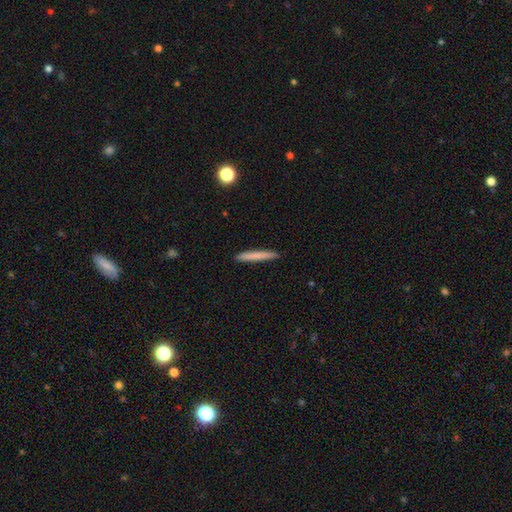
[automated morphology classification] The model was most divided on "smooth or featured": smooth: 75%, featured or disk: 19%, star or artifact: 6%. More confident: how rounded — cigar-shaped (96%); merging — none (92%).